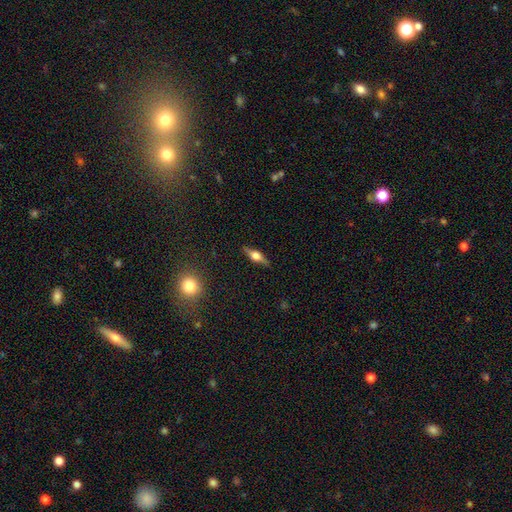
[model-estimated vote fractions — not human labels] Smooth or featured? featured or disk (60%)
Edge-on disk? yes (94%)
Edge-on bulge? rounded (90%)
Merging? none (86%)